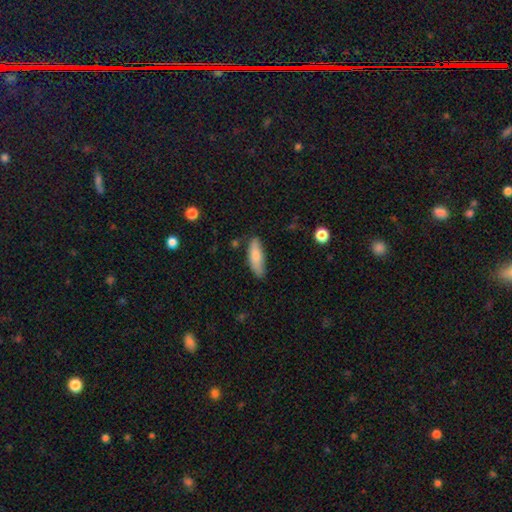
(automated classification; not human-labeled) The model was most divided on "how rounded": in between: 55%, cigar-shaped: 43%, round: 2%. More confident: smooth or featured — smooth (79%); merging — none (73%).